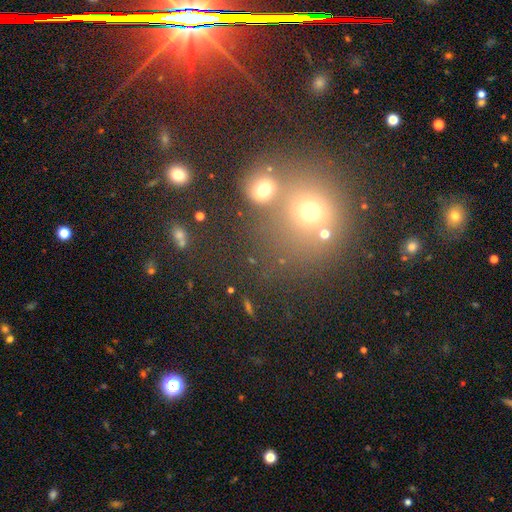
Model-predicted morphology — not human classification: Smooth or featured?
  - smooth: 51% *
  - star or artifact: 37%
  - featured or disk: 12%
How rounded?
  - round: 78% *
  - in between: 20%
  - cigar-shaped: 2%
Merging?
  - none: 53% *
  - merger: 30%
  - minor disturbance: 10%
  - major disturbance: 7%